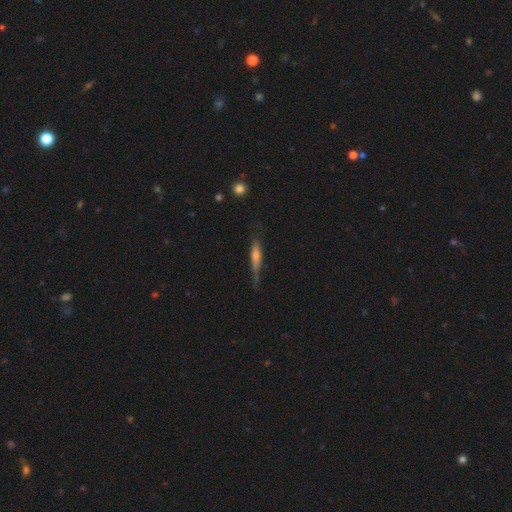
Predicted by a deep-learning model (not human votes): Smooth or featured?
  - featured or disk: 57% *
  - smooth: 34%
  - star or artifact: 9%
Edge-on disk?
  - yes: 92% *
  - no: 8%
Edge-on bulge?
  - rounded: 64% *
  - none: 22%
  - boxy: 14%
Merging?
  - none: 69% *
  - minor disturbance: 22%
  - major disturbance: 6%
  - merger: 2%